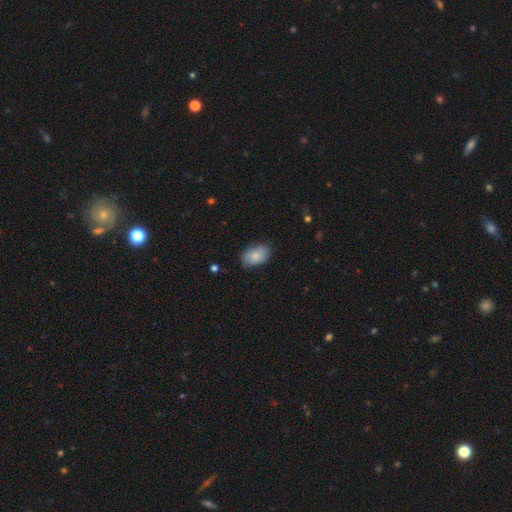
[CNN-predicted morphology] This appears to be a smooth galaxy with no disk features (80%) that is in between round and cigar-shaped (90%). Merging: none (76%).